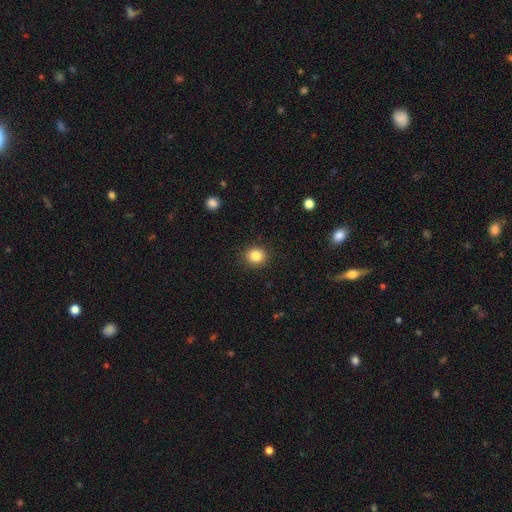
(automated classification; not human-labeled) smooth-or-featured: smooth: 85% | star or artifact: 10% | featured or disk: 5%
  how-rounded: round: 85% | in between: 14% | cigar-shaped: 1%
  merging: none: 91% | minor disturbance: 6% | major disturbance: 2% | merger: 1%